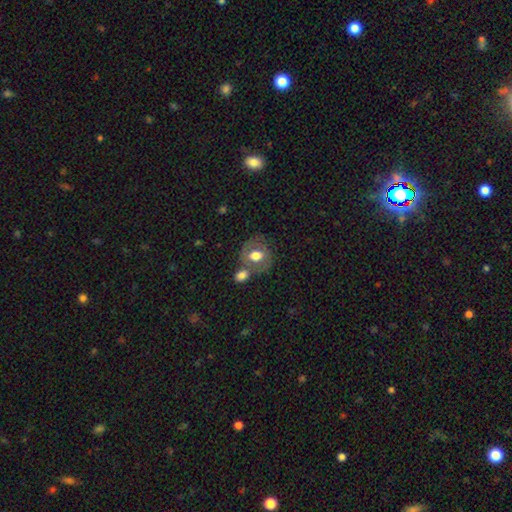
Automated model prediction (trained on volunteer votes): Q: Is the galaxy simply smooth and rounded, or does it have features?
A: smooth — 55%.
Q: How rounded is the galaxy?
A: round — 55%.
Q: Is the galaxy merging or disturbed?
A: none — 54%.